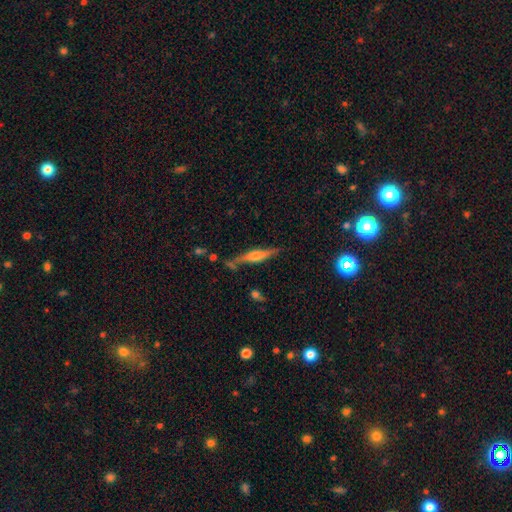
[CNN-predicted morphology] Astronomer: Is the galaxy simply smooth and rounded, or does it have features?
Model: featured or disk — 64%.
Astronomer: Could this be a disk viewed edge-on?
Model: yes — 93%.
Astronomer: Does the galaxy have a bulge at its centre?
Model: rounded — 86%.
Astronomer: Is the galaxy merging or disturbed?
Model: none — 72%.